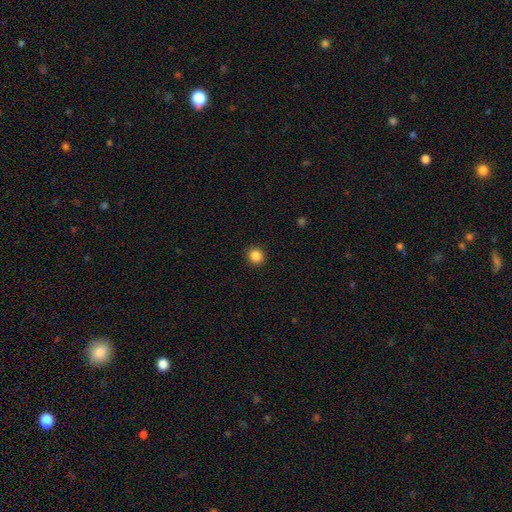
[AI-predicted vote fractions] Overall: smooth (86%). How rounded: round (87%). Merging: none (92%).